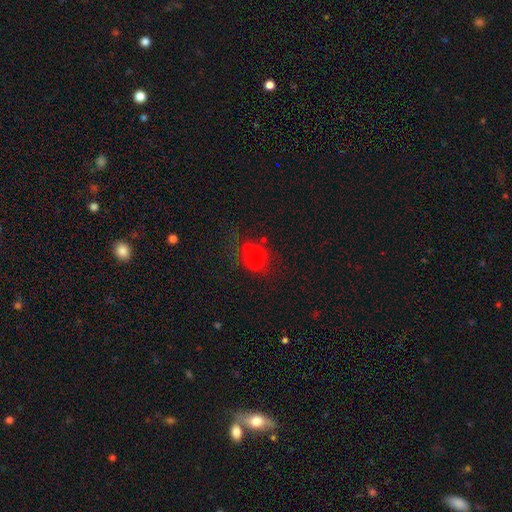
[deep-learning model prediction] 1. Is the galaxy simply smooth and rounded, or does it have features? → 58% smooth, 26% star or artifact, 15% featured or disk.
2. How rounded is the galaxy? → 65% round, 34% in between, 1% cigar-shaped.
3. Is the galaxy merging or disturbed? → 54% none, 19% minor disturbance, 14% merger, 13% major disturbance.